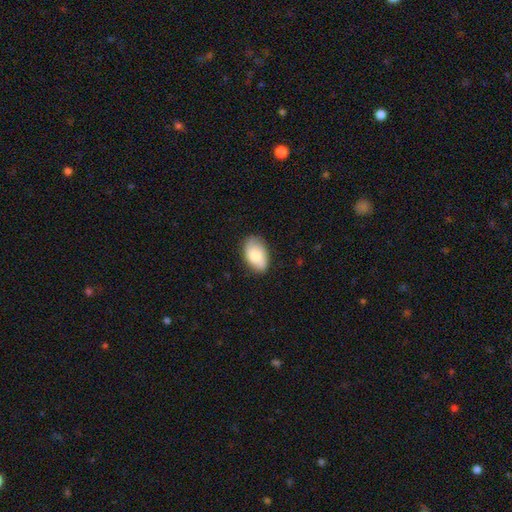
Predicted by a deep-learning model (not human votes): Q: Smooth or featured?
A: smooth (73%); runner-up: featured or disk (20%)
Q: How rounded?
A: in between (92%); runner-up: round (7%)
Q: Merging?
A: none (77%); runner-up: minor disturbance (18%)